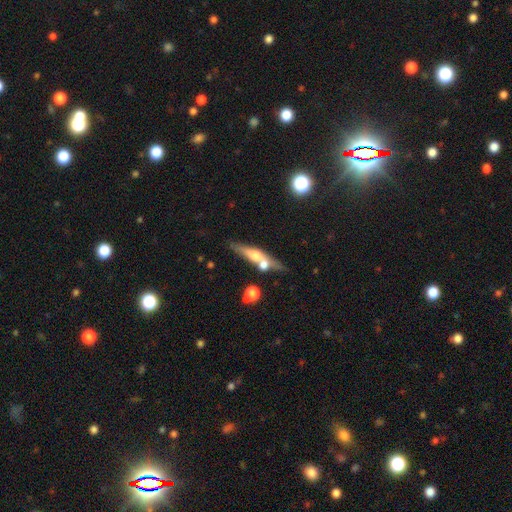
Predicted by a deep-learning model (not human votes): This is possibly a featured or disk galaxy (57%). It is clearly viewed edge-on (88%). Edge-on bulge: clearly rounded (88%). Merging: possibly none (58%).